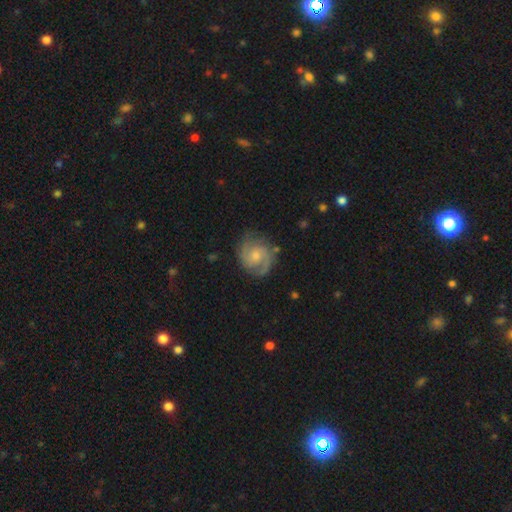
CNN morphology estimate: Smooth or featured: featured or disk — 82% (smooth — 13%)
Edge-on disk: no — 98% (yes — 2%)
Bar: no — 65% (weak — 31%)
Spiral arms: yes — 96% (no — 4%)
Spiral winding: medium — 45% (tight — 43%)
Spiral arm count: 2 — 74% (can't tell — 10%)
Bulge size: small — 52% (moderate — 40%)
Merging: none — 75% (minor disturbance — 17%)